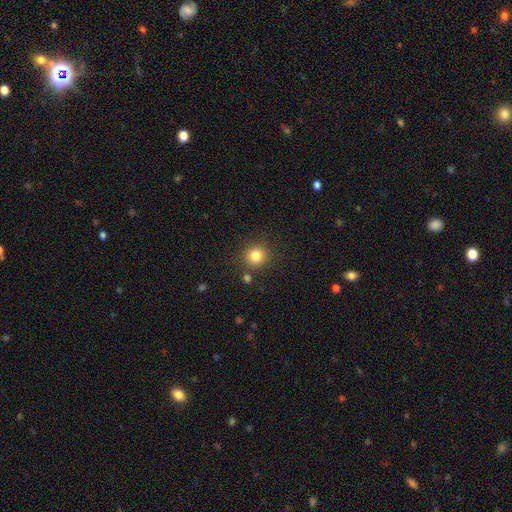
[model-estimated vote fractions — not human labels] Overall: smooth (82%). How rounded: round (92%). Merging: none (85%).